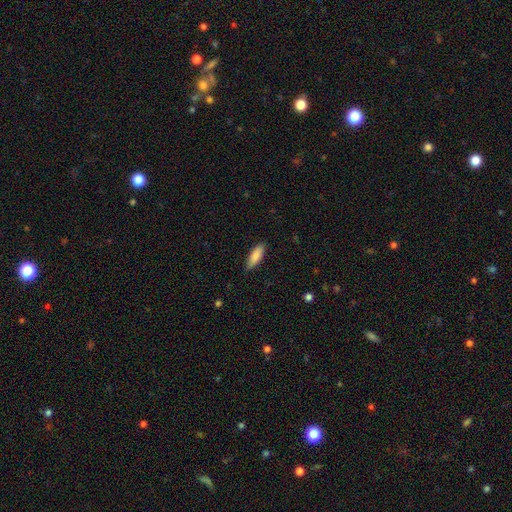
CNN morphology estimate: The model was most divided on "how rounded": in between: 60%, cigar-shaped: 38%, round: 2%. More confident: smooth or featured — smooth (87%); merging — none (85%).